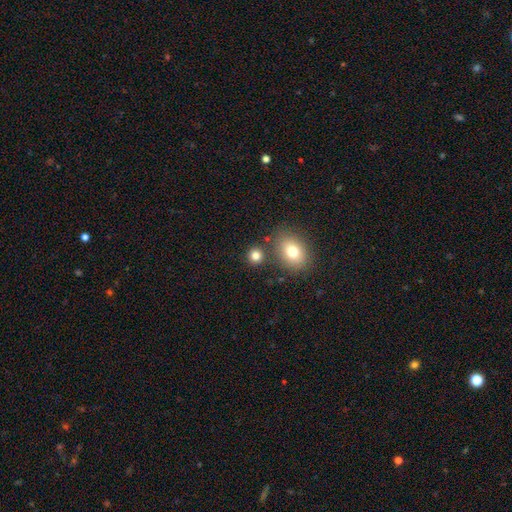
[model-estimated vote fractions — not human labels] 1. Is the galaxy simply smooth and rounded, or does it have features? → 81% smooth, 12% star or artifact, 7% featured or disk.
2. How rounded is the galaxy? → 81% round, 18% in between, 1% cigar-shaped.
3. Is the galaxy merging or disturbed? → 78% none, 11% merger, 8% minor disturbance, 3% major disturbance.